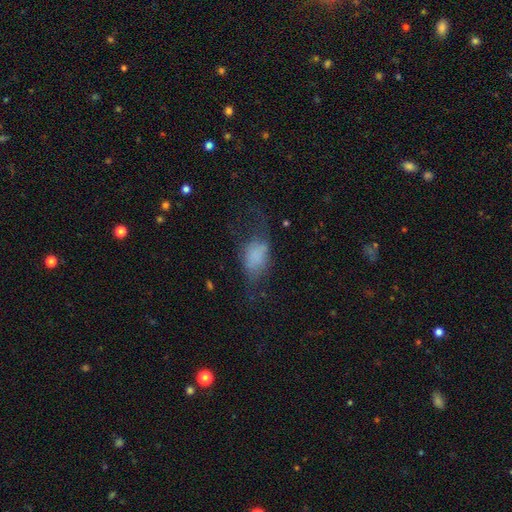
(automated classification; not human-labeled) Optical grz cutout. It shows a smooth galaxy with no disk features (63%) that is in between round and cigar-shaped (84%). Merging: major disturbance (44%).